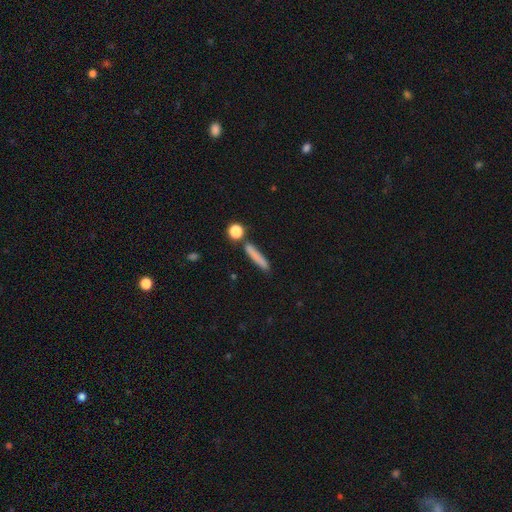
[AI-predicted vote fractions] This is likely a smooth galaxy (77%). How rounded: clearly cigar-shaped (89%). Merging: likely none (78%).